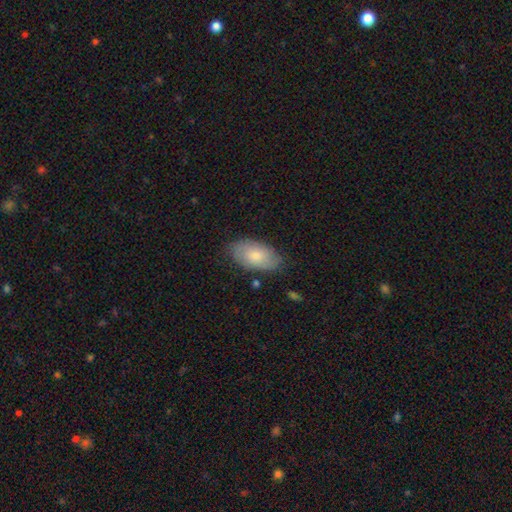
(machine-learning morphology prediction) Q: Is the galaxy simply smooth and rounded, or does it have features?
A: smooth — 68%.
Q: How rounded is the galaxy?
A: in between — 94%.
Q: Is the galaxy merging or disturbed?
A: none — 76%.